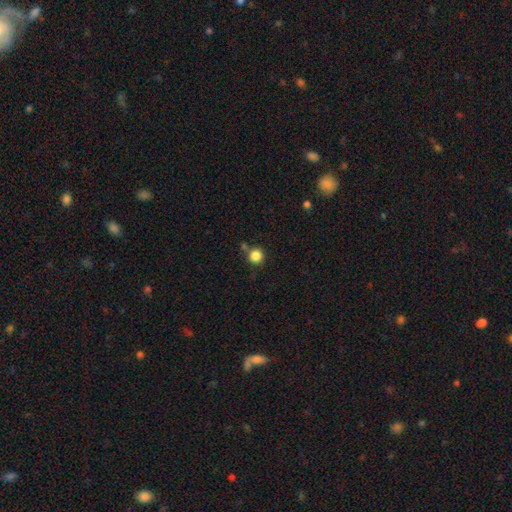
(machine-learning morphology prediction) Smooth or featured: smooth — 84% (star or artifact — 11%)
How rounded: round — 94% (in between — 5%)
Merging: none — 77% (merger — 11%)